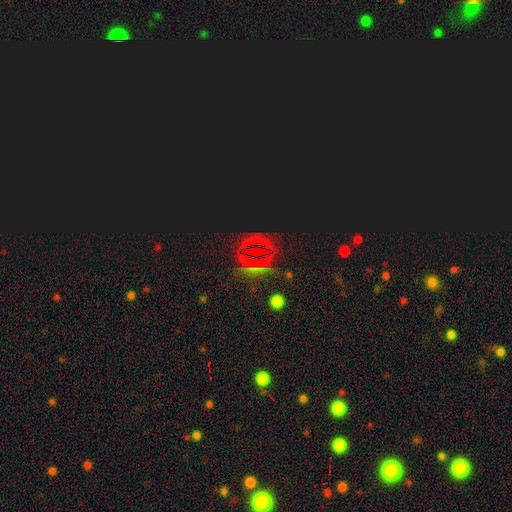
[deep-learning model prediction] This appears to be a star or artifact, not a galaxy (79%).